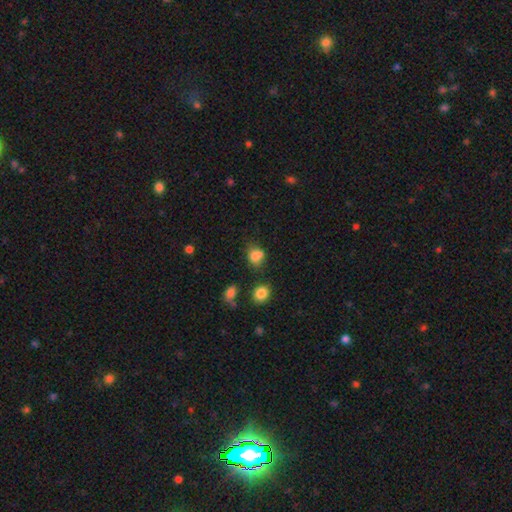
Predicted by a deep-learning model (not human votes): smooth-or-featured: smooth: 77% | star or artifact: 14% | featured or disk: 10%
  how-rounded: round: 57% | in between: 42% | cigar-shaped: 1%
  merging: none: 47% | merger: 27% | minor disturbance: 18% | major disturbance: 7%